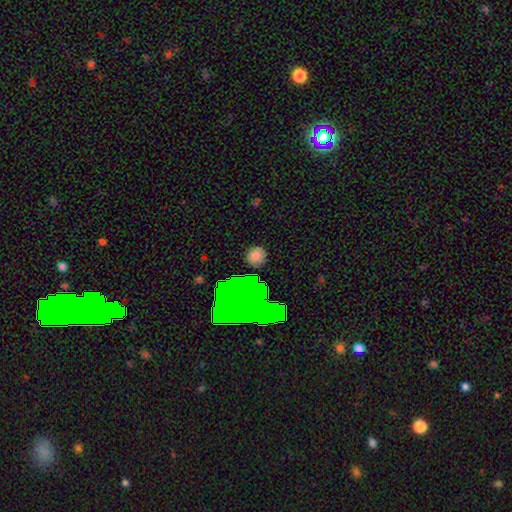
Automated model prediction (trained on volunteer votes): smooth 71%, star or artifact 19%, featured or disk 9%. Down the decision tree: how rounded — round (86%); merging — none (85%).